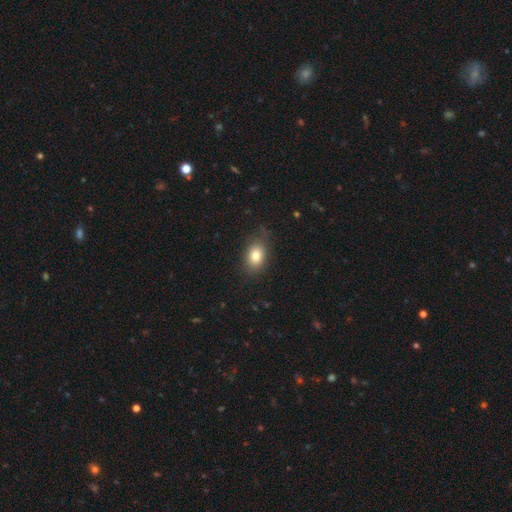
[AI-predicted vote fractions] Overall: smooth (81%). How rounded: in between (75%). Merging: none (80%).